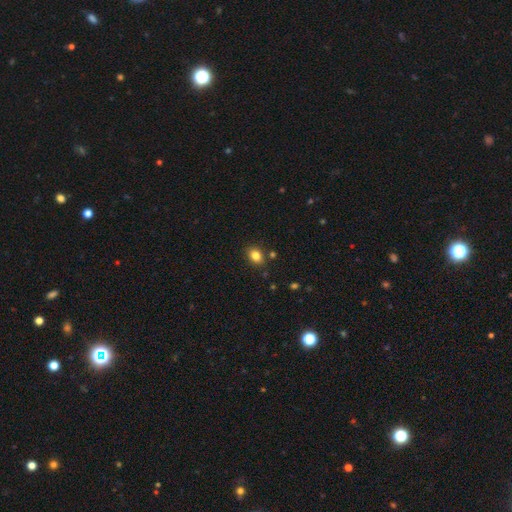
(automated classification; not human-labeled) Q: Smooth or featured?
A: smooth (83%); runner-up: star or artifact (11%)
Q: How rounded?
A: in between (63%); runner-up: round (35%)
Q: Merging?
A: none (84%); runner-up: minor disturbance (10%)